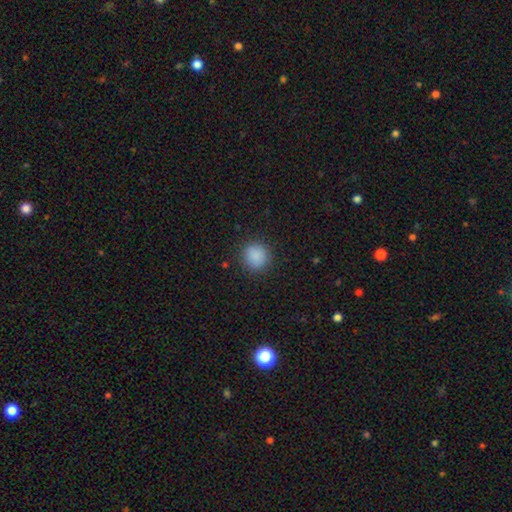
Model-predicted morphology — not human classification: type=smooth (88%); roundness=round (90%); merging=none (88%).